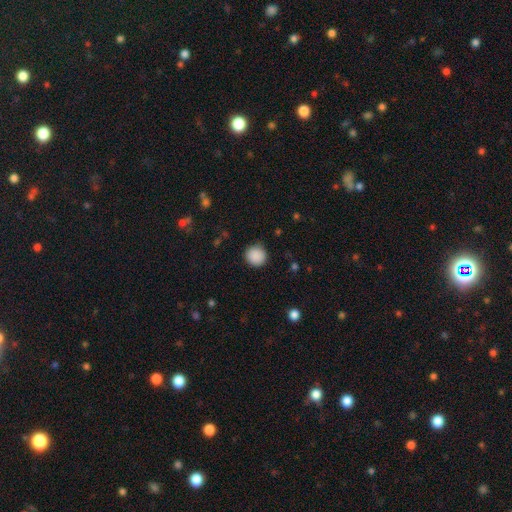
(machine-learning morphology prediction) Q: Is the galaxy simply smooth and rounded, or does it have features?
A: smooth — 89%.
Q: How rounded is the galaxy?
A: round — 93%.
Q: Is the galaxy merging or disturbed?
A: none — 89%.